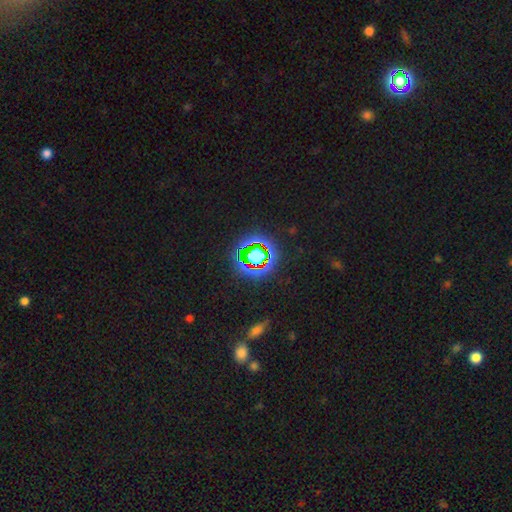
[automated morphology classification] Smooth or featured: star or artifact — 68% (smooth — 20%)